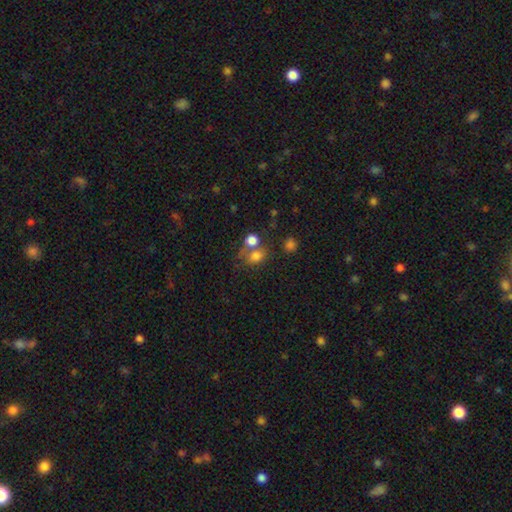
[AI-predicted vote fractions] A smooth galaxy with no disk features (74%) that is round (53%).

Vote fractions:
- Smooth or featured? smooth: 74% / star or artifact: 15% / featured or disk: 11%
- How rounded? round: 53% / in between: 46% / cigar-shaped: 1%
- Merging? none: 44% / merger: 35% / minor disturbance: 12% / major disturbance: 8%